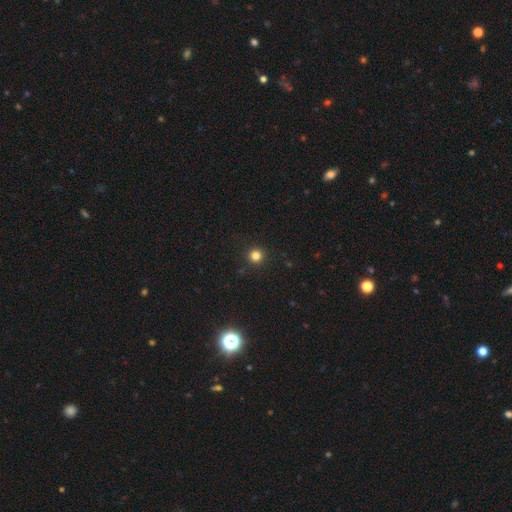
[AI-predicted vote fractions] Q: Smooth or featured?
A: smooth (82%); runner-up: star or artifact (14%)
Q: How rounded?
A: round (96%); runner-up: in between (3%)
Q: Merging?
A: none (93%); runner-up: minor disturbance (5%)